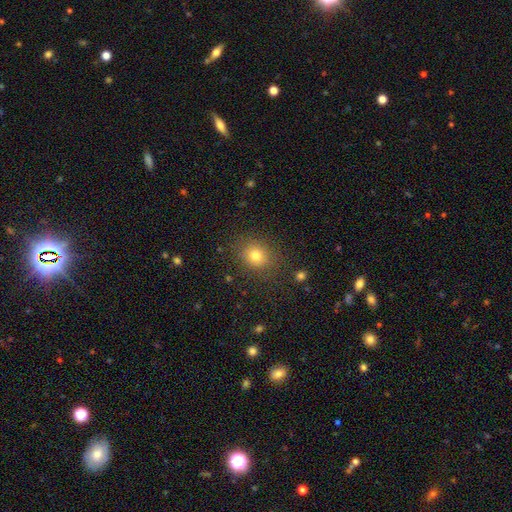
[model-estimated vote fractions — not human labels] smooth 78%, star or artifact 13%, featured or disk 8%. Down the decision tree: how rounded — round (69%); merging — none (84%).